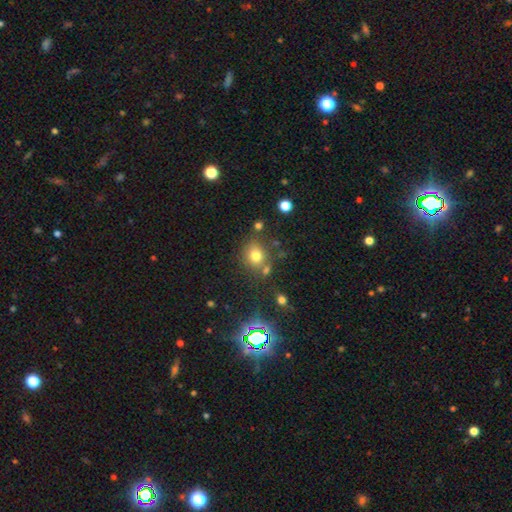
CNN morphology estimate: This is likely a smooth galaxy (73%). How rounded: likely round (72%). Merging: likely none (69%).